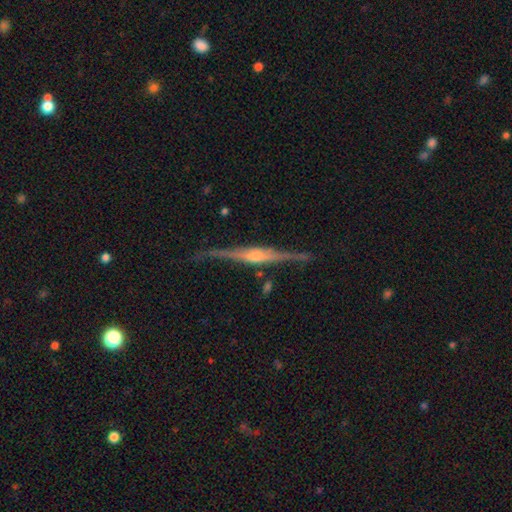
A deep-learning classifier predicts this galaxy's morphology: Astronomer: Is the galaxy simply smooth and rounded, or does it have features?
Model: featured or disk — 85%.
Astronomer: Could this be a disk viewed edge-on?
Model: yes — 97%.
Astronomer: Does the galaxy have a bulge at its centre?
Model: rounded — 78%.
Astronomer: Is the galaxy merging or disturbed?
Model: none — 80%.